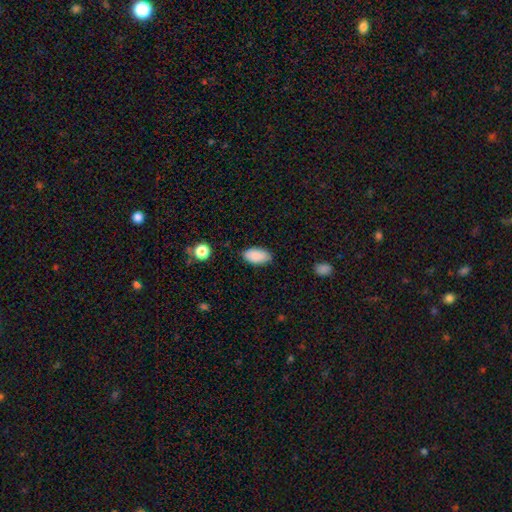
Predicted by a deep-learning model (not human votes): smooth-or-featured: smooth: 88% | star or artifact: 8% | featured or disk: 5%
  how-rounded: in between: 94% | round: 3% | cigar-shaped: 3%
  merging: none: 80% | minor disturbance: 15% | major disturbance: 3% | merger: 2%